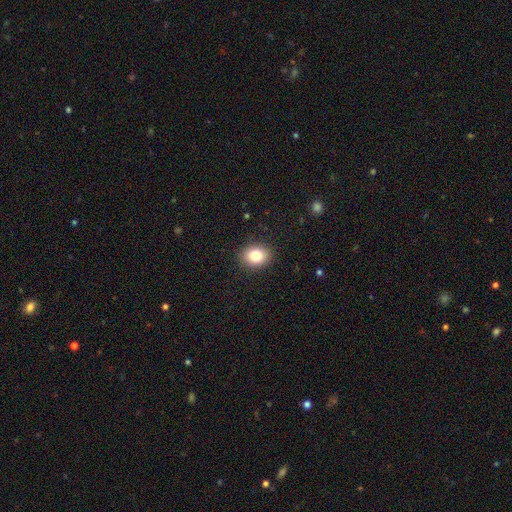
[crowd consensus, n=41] Smooth or featured?
  - smooth: 83% *
  - featured or disk: 10%
  - star or artifact: 7%
How rounded?
  - round: 71% *
  - in between: 29%
  - cigar-shaped: 0%
Merging?
  - none: 97% *
  - minor disturbance: 3%
  - major disturbance: 0%
  - merger: 0%